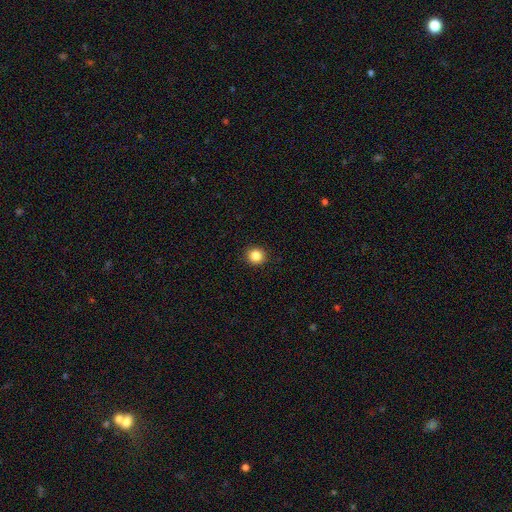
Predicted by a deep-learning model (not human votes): Q: Smooth or featured?
A: smooth (85%); runner-up: star or artifact (10%)
Q: How rounded?
A: round (93%); runner-up: in between (6%)
Q: Merging?
A: none (93%); runner-up: minor disturbance (5%)